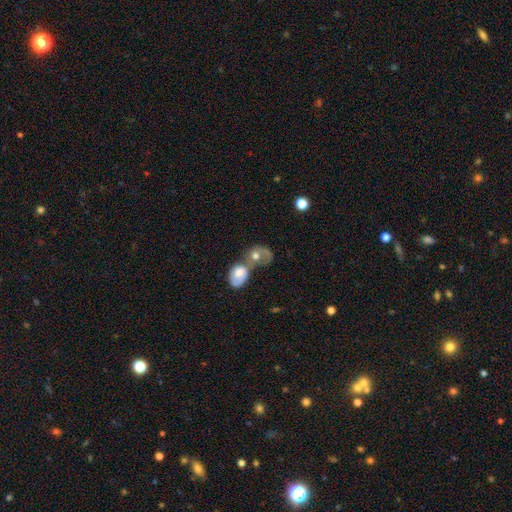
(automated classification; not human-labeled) Smooth or featured? smooth (59%)
How rounded? in between (51%)
Merging? merger (71%)